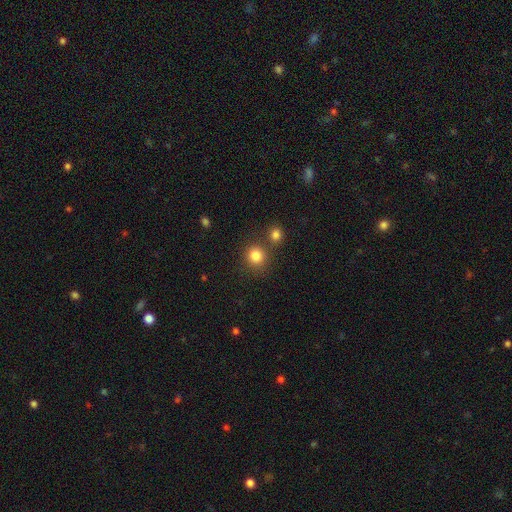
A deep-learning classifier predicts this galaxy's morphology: smooth 83%, star or artifact 12%, featured or disk 5%. Down the decision tree: how rounded — round (88%); merging — none (73%).